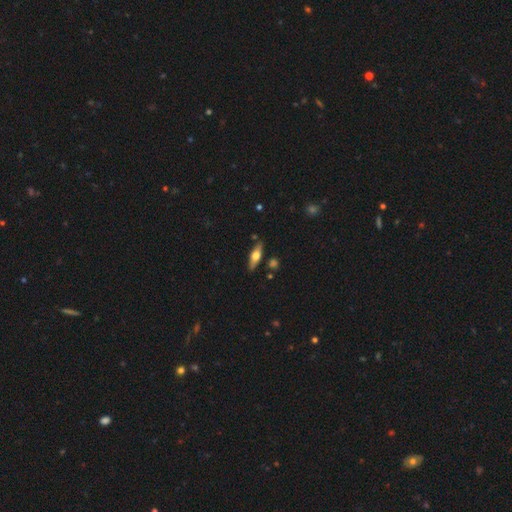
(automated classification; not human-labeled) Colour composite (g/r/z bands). It shows a smooth galaxy with no disk features (48%). Merging: none (83%).